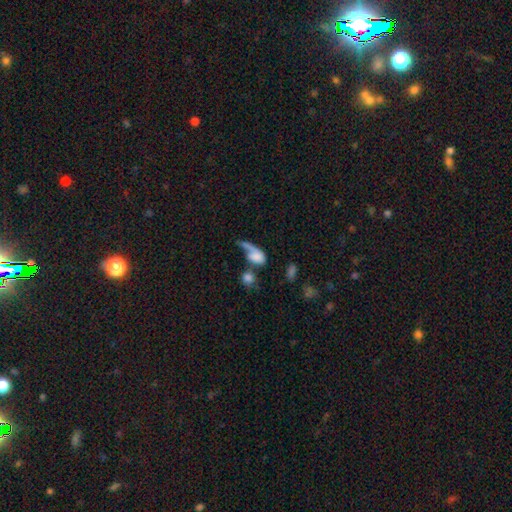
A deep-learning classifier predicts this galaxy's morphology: Smooth or featured? smooth (59%)
How rounded? in between (71%)
Merging? merger (35%)